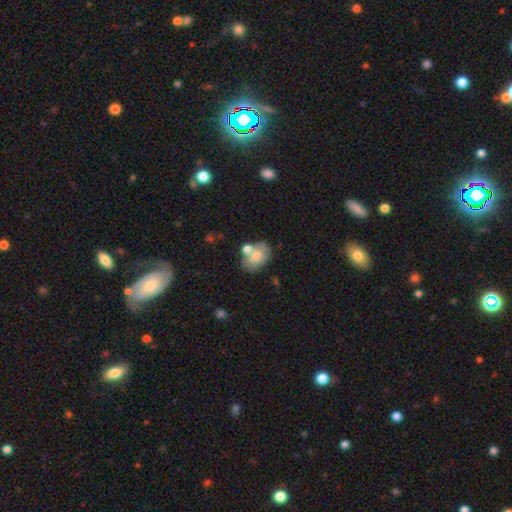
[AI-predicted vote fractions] Smooth or featured: smooth — 66% (featured or disk — 26%)
How rounded: in between — 75% (round — 24%)
Merging: none — 46% (merger — 27%)